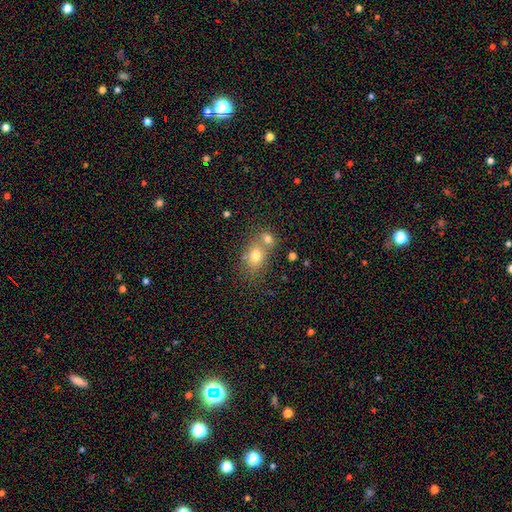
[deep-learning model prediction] This is likely a smooth galaxy (72%). How rounded: possibly in between (53%). Merging: marginally merger (45%).